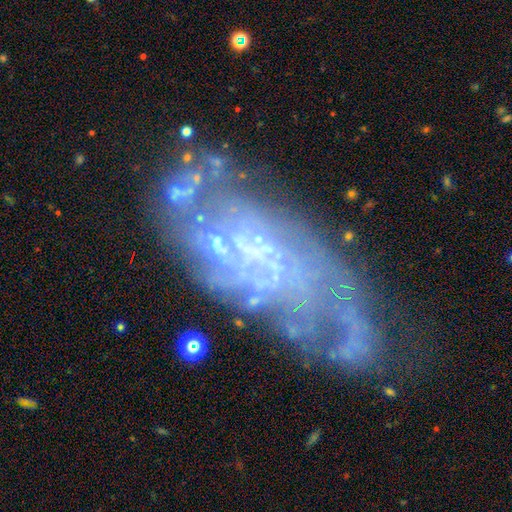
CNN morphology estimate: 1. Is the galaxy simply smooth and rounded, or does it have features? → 77% featured or disk, 14% smooth, 9% star or artifact.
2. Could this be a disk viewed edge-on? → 92% no, 8% yes.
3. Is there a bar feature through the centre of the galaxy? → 67% no, 26% weak, 7% strong.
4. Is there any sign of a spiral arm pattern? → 77% yes, 23% no.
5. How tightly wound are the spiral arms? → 51% tight, 33% medium, 16% loose.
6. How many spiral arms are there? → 52% can't tell, 17% 2, 11% 3, 8% 4, 6% 1, 6% more than 4.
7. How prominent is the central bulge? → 47% none, 37% small, 12% moderate, 3% large, 1% dominant.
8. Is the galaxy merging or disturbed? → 55% none, 23% minor disturbance, 18% major disturbance, 5% merger.